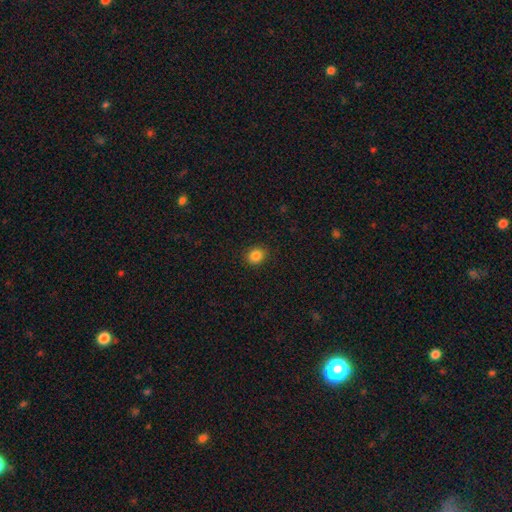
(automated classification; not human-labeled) The model was most divided on "how rounded": round: 75%, in between: 24%, cigar-shaped: 1%. More confident: merging — none (91%); smooth or featured — smooth (85%).